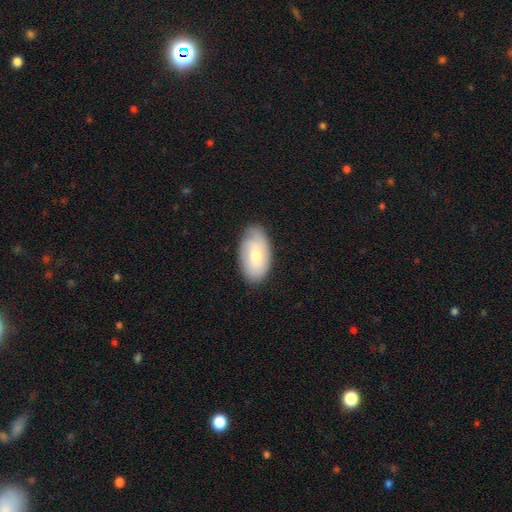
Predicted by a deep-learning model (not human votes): Morphology: type=smooth (57%); roundness=in between (93%); merging=none (77%).